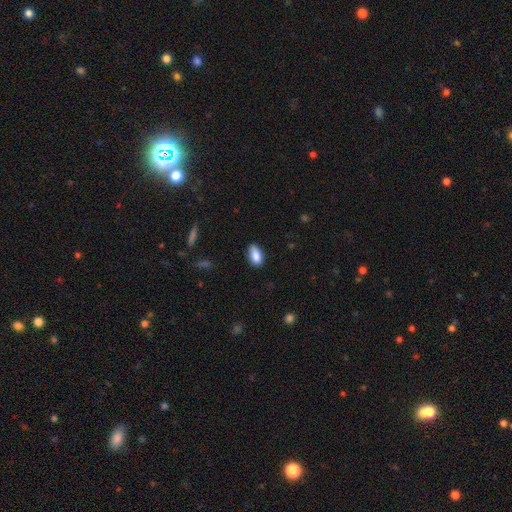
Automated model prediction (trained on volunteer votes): Smooth or featured: smooth — 88% (star or artifact — 7%)
How rounded: in between — 91% (cigar-shaped — 4%)
Merging: none — 76% (minor disturbance — 20%)